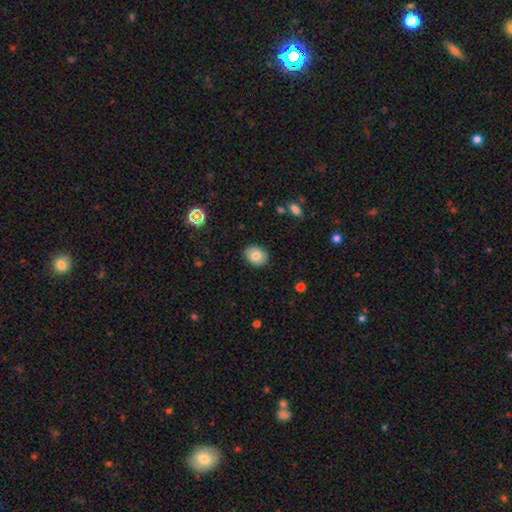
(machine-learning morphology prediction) Smooth or featured? smooth (77%)
How rounded? round (51%)
Merging? none (87%)